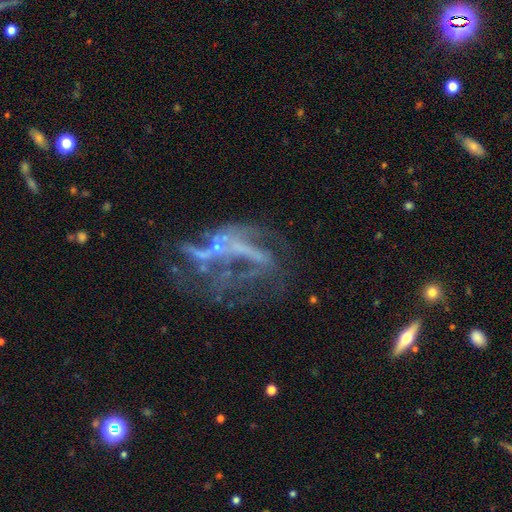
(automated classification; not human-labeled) Smooth or featured: featured or disk — 71% (star or artifact — 19%)
Edge-on disk: no — 96% (yes — 4%)
Bar: no — 63% (weak — 22%)
Spiral arms: no — 56% (yes — 44%)
Bulge size: none — 54% (small — 33%)
Merging: major disturbance — 44% (none — 28%)